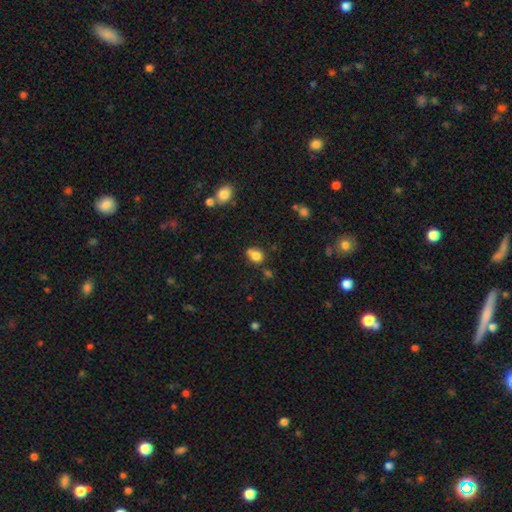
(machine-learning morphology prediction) This appears to be a smooth galaxy with no disk features (80%) that is in between round and cigar-shaped (50%). Merging: none (48%).